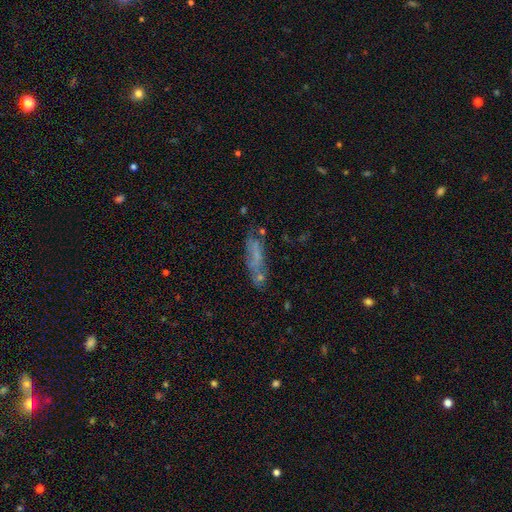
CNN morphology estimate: smooth_or_featured: smooth (p=0.50) [alt: featured or disk p=0.36]
merging: none (p=0.53) [alt: minor disturbance p=0.21]